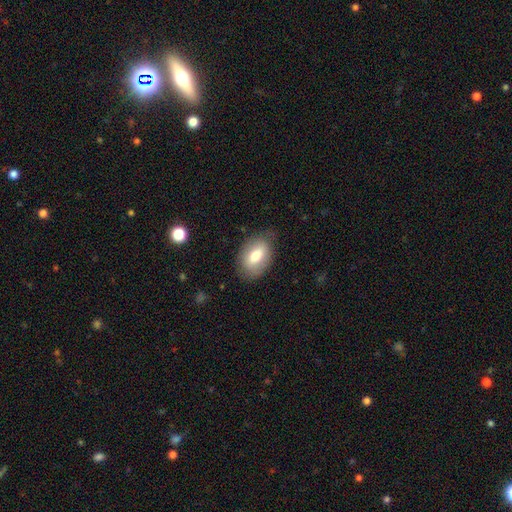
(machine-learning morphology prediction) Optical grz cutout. It shows a smooth galaxy with no disk features (72%) that is in between round and cigar-shaped (88%). Merging: none (77%).